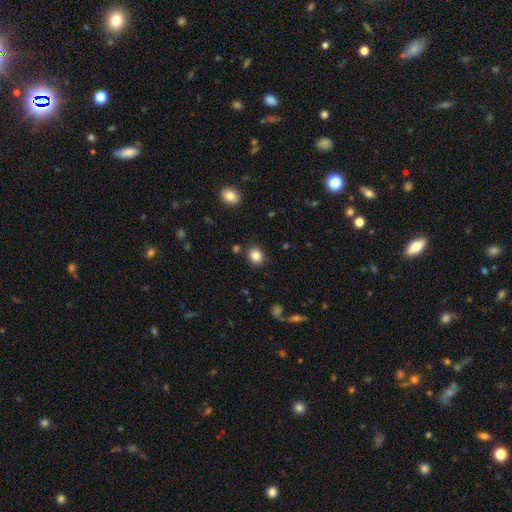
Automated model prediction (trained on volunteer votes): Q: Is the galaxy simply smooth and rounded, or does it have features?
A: smooth — 85%.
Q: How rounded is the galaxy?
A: round — 63%.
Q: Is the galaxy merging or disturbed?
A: none — 86%.